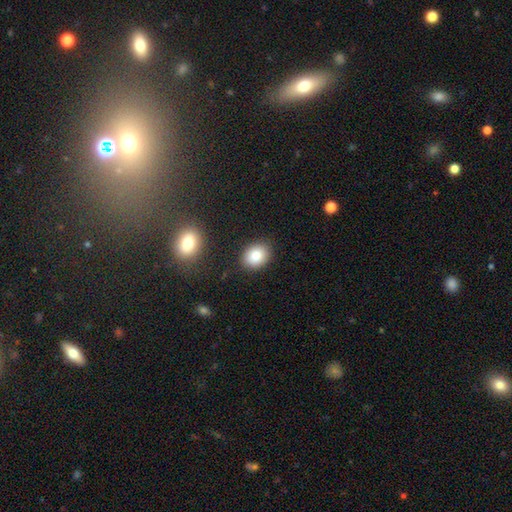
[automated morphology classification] The model was most divided on "how rounded": in between: 50%, round: 49%, cigar-shaped: 1%. More confident: merging — none (87%); smooth or featured — smooth (83%).